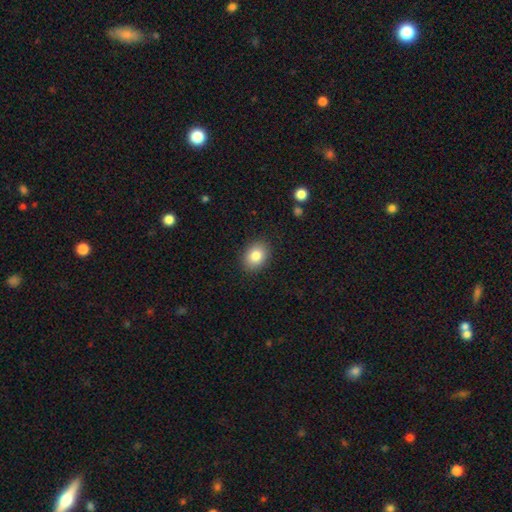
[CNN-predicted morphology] Smooth or featured? Predicted: smooth (p=0.83). How rounded? Predicted: in between (p=0.61). Merging? Predicted: none (p=0.89).